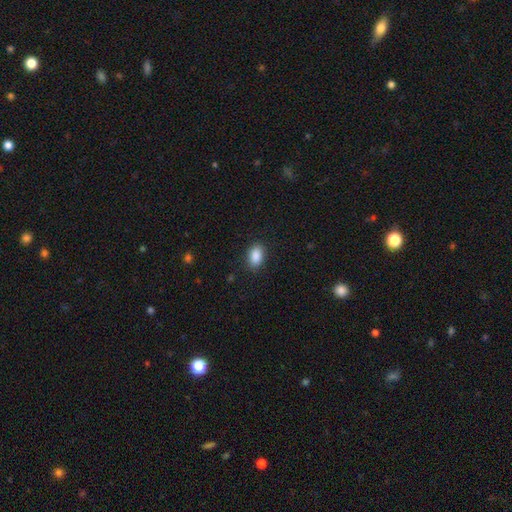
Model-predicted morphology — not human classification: Overall: smooth (89%). How rounded: in between (87%). Merging: none (87%).